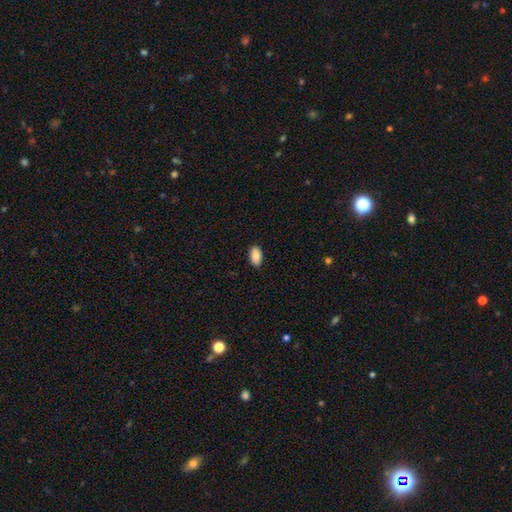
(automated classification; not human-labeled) This is clearly a smooth galaxy (87%). How rounded: clearly in between (94%). Merging: clearly none (88%).